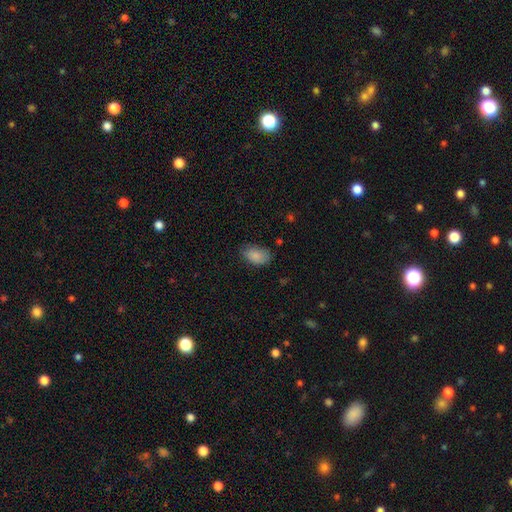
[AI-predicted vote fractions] Smooth or featured? Predicted: smooth (p=0.87). How rounded? Predicted: in between (p=0.91). Merging? Predicted: none (p=0.75).